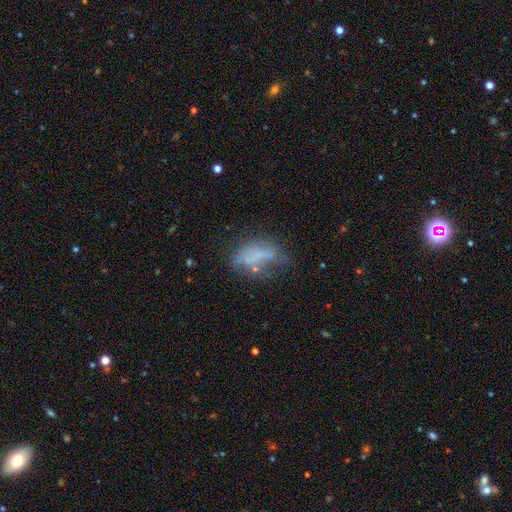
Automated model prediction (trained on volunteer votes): Smooth or featured?
  - smooth: 47% *
  - featured or disk: 39%
  - star or artifact: 14%
Merging?
  - none: 37% *
  - major disturbance: 28%
  - minor disturbance: 27%
  - merger: 9%